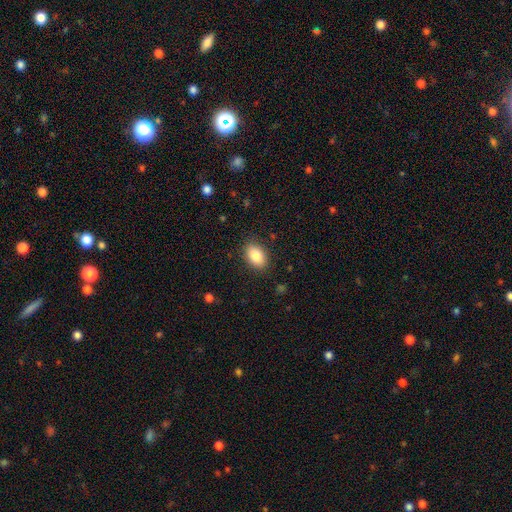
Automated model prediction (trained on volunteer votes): smooth-or-featured: smooth: 86% | star or artifact: 8% | featured or disk: 7%
  how-rounded: in between: 88% | round: 11% | cigar-shaped: 1%
  merging: none: 87% | minor disturbance: 9% | major disturbance: 3% | merger: 1%